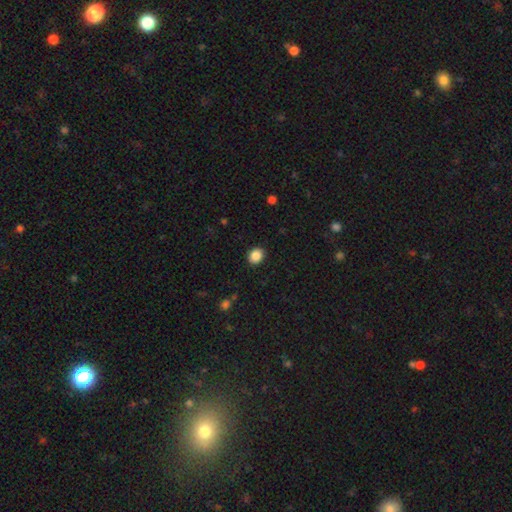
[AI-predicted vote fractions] smooth_or_featured: smooth (p=0.87) [alt: star or artifact p=0.09]
how_rounded: round (p=0.63) [alt: in between p=0.36]
merging: none (p=0.90) [alt: minor disturbance p=0.07]